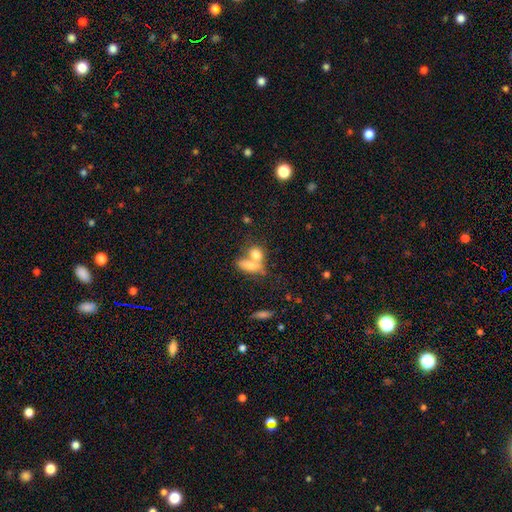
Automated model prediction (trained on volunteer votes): Morphology: type=smooth (53%); roundness=in between (48%); merging=merger (47%).